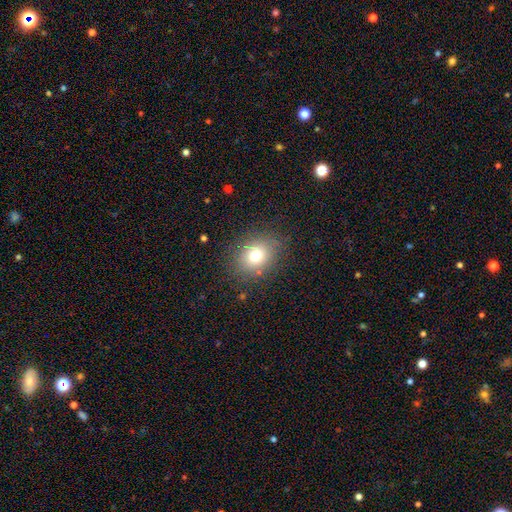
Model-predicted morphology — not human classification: Smooth or featured?
  - smooth: 73% *
  - star or artifact: 15%
  - featured or disk: 12%
How rounded?
  - round: 59% *
  - in between: 40%
  - cigar-shaped: 1%
Merging?
  - none: 82% *
  - minor disturbance: 12%
  - major disturbance: 5%
  - merger: 1%